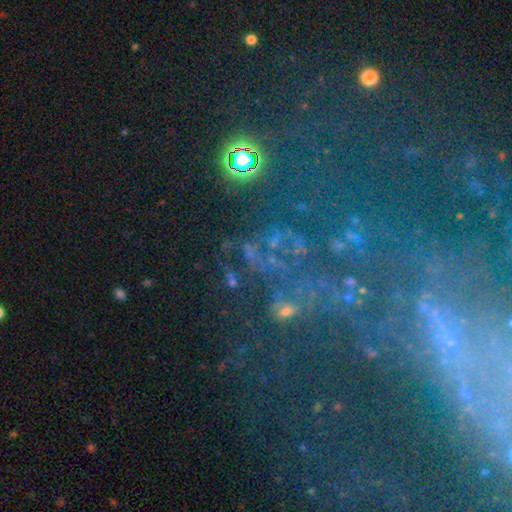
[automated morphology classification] A star or artifact, not a galaxy (56%).